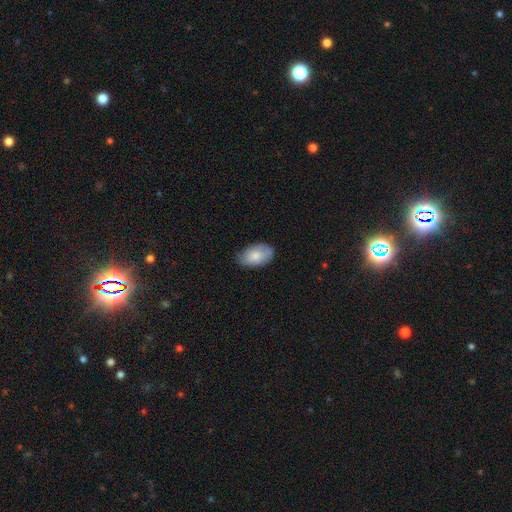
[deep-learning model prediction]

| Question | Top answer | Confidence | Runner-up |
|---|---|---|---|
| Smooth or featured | smooth | 78% | featured or disk (16%) |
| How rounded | in between | 93% | round (5%) |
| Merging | none | 75% | minor disturbance (21%) |